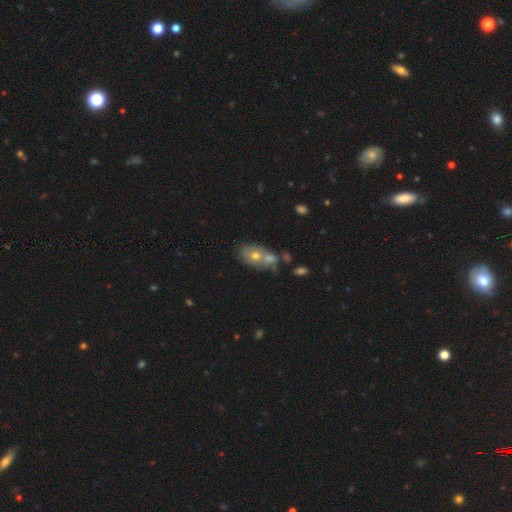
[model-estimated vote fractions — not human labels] Smooth or featured? Predicted: smooth (p=0.60). How rounded? Predicted: in between (p=0.73). Merging? Predicted: merger (p=0.45).